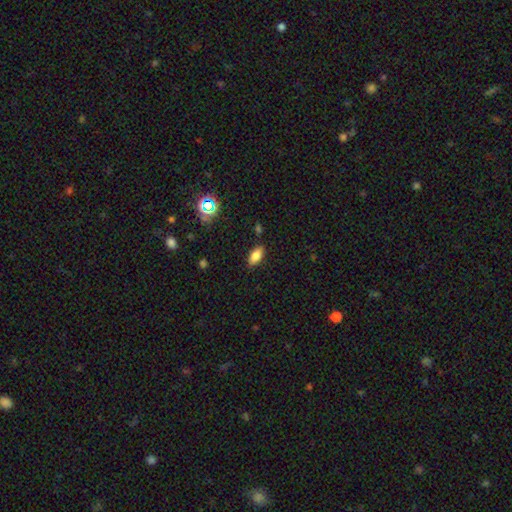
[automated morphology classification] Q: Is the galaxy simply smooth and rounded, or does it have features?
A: smooth — 78%.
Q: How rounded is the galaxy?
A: in between — 86%.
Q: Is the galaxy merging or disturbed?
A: none — 84%.